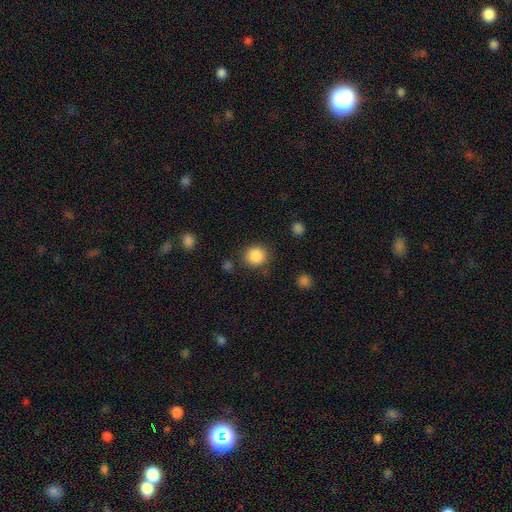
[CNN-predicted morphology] This is clearly a smooth galaxy (87%). How rounded: clearly round (89%). Merging: clearly none (83%).